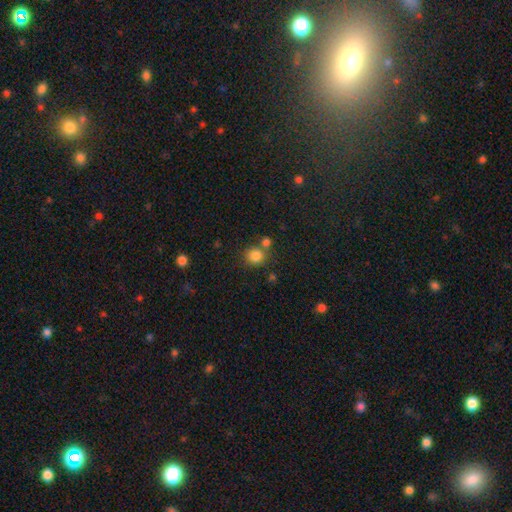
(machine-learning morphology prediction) smooth-or-featured: smooth: 83% | star or artifact: 12% | featured or disk: 6%
  how-rounded: round: 86% | in between: 13% | cigar-shaped: 1%
  merging: none: 67% | merger: 20% | minor disturbance: 10% | major disturbance: 4%